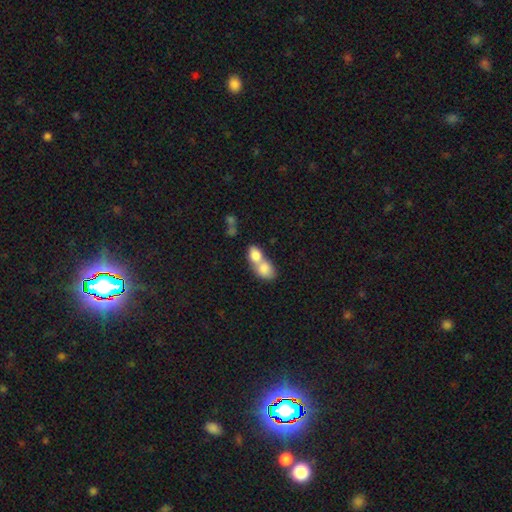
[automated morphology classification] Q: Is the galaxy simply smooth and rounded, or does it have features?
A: smooth — 79%.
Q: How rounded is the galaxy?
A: in between — 69%.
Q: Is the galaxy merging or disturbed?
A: merger — 77%.